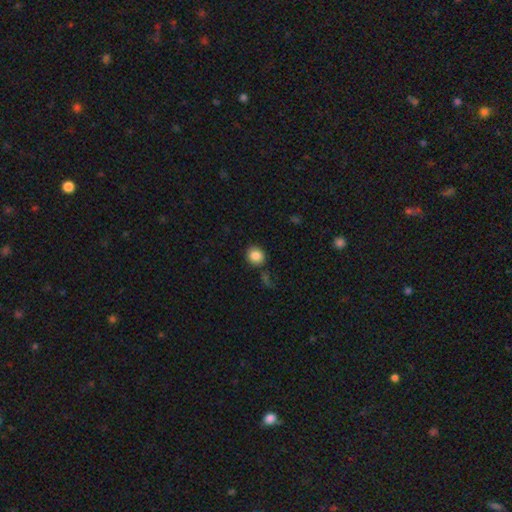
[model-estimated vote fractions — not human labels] The model was most divided on "how rounded": round: 84%, in between: 15%, cigar-shaped: 1%. More confident: smooth or featured — smooth (86%); merging — none (84%).